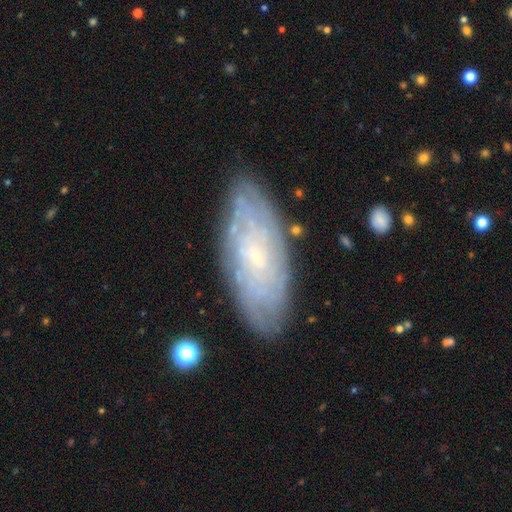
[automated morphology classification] Smooth or featured? featured or disk (71%)
Edge-on disk? no (87%)
Bar? no (72%)
Spiral arms? yes (84%)
Spiral winding? tight (78%)
Spiral arm count? can't tell (66%)
Bulge size? small (78%)
Merging? none (82%)